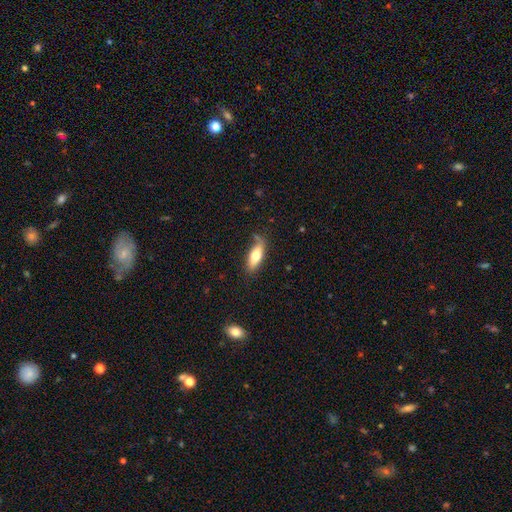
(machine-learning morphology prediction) smooth_or_featured: smooth (p=0.67) [alt: featured or disk p=0.26]
how_rounded: in between (p=0.62) [alt: cigar-shaped p=0.36]
merging: none (p=0.69) [alt: minor disturbance p=0.22]